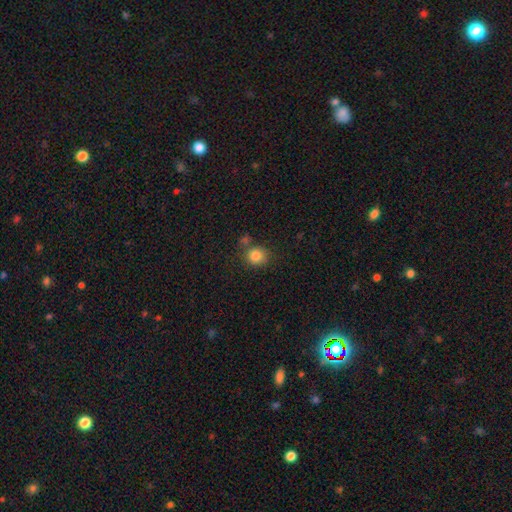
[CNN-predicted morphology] This is clearly a smooth galaxy (84%). How rounded: clearly round (85%). Merging: likely none (70%).